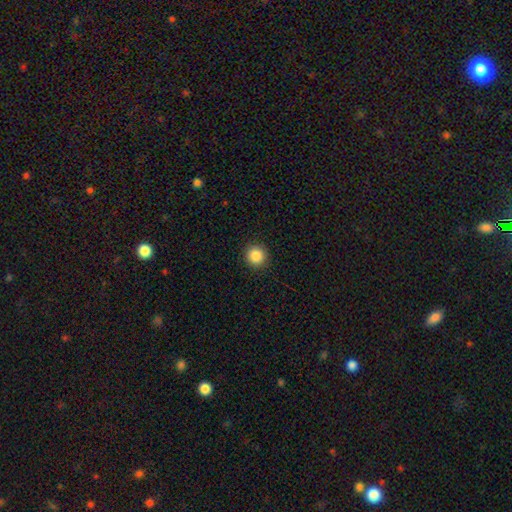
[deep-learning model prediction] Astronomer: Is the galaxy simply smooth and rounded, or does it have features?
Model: smooth — 87%.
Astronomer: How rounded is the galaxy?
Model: round — 95%.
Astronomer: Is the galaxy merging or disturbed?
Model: none — 93%.